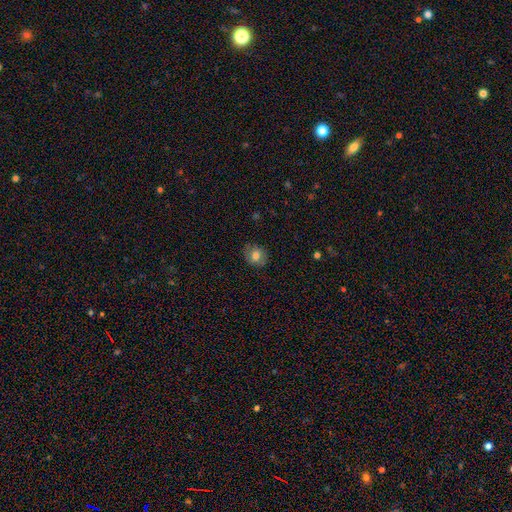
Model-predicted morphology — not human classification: The model was most divided on "how rounded": round: 71%, in between: 28%, cigar-shaped: 1%. More confident: merging — none (81%); smooth or featured — smooth (74%).